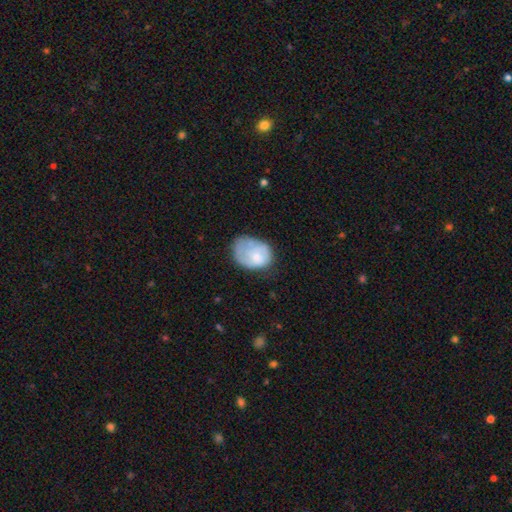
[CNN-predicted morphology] A smooth galaxy with no disk features (61%) that is in between round and cigar-shaped (66%). Merging: minor disturbance (36%).